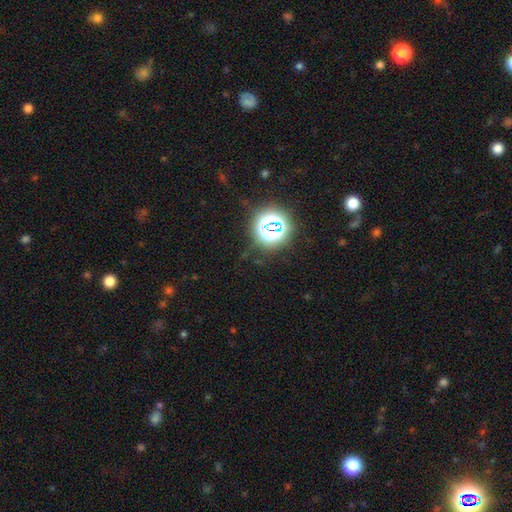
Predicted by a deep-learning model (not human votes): Smooth or featured? Predicted: star or artifact (p=0.78).